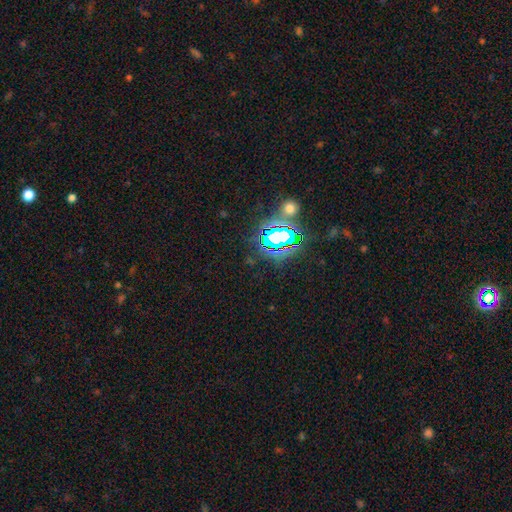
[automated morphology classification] Overall: star or artifact (79%).